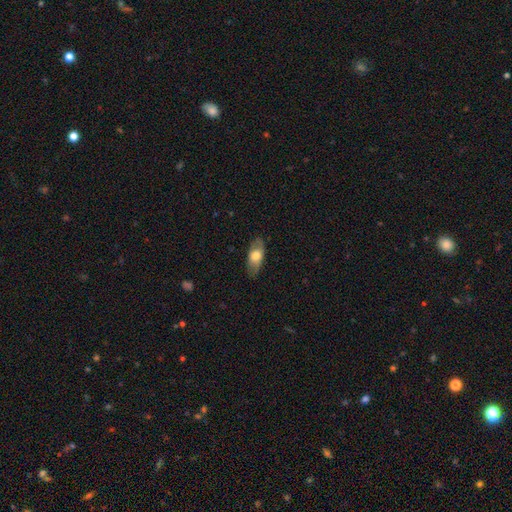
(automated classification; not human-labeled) The model was most divided on "smooth or featured": smooth: 66%, featured or disk: 28%, star or artifact: 6%. More confident: how rounded — in between (86%); merging — none (82%).